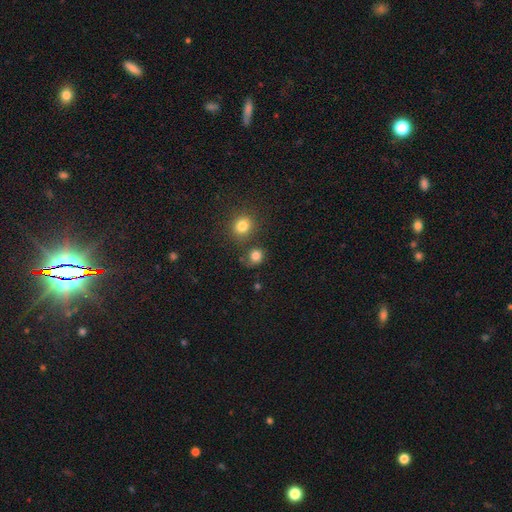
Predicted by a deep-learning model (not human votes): smooth-or-featured: smooth: 81% | star or artifact: 13% | featured or disk: 6%
  how-rounded: round: 81% | in between: 18% | cigar-shaped: 1%
  merging: none: 68% | minor disturbance: 14% | merger: 12% | major disturbance: 5%